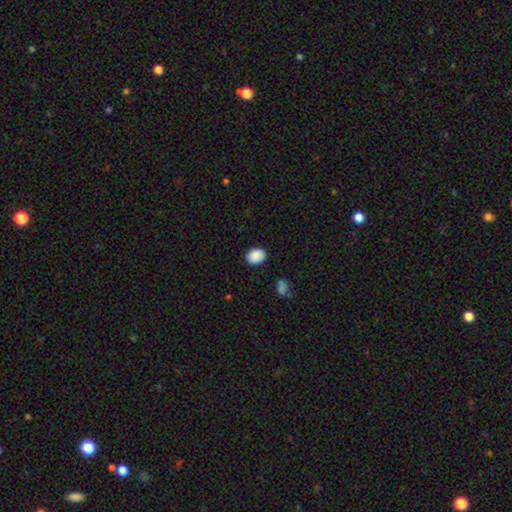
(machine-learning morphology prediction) type=smooth (89%); roundness=in between (59%); merging=none (87%).